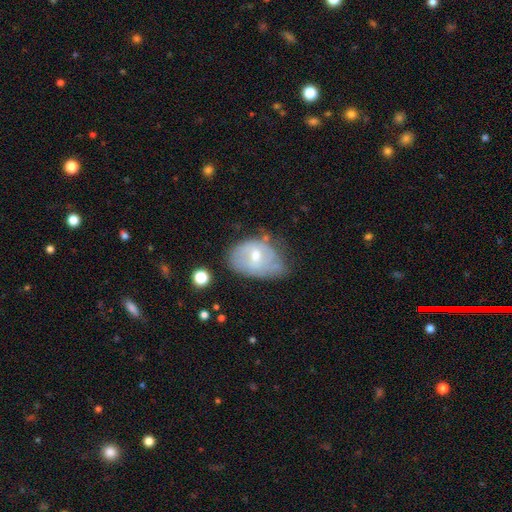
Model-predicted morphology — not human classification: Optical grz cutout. It shows a featured or disk galaxy (53%). Merging: none (40%).